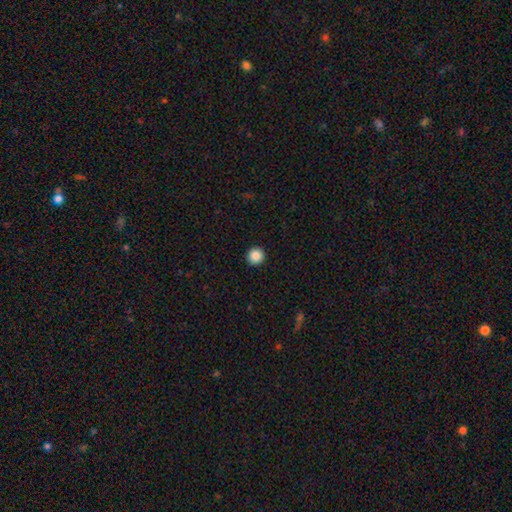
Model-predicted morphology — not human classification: smooth_or_featured: smooth (p=0.88) [alt: star or artifact p=0.09]
how_rounded: round (p=0.95) [alt: in between p=0.04]
merging: none (p=0.93) [alt: minor disturbance p=0.05]